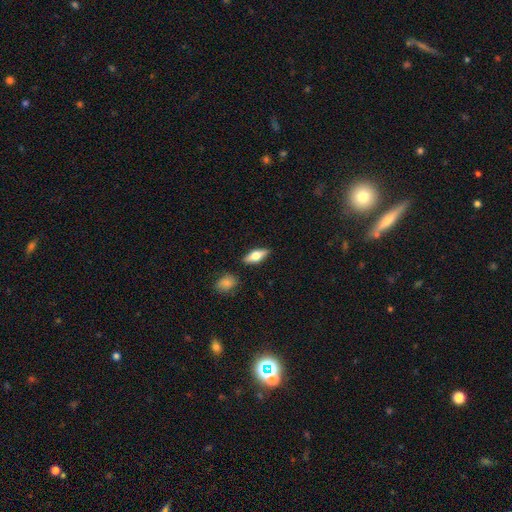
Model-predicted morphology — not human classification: This is possibly a smooth galaxy (56%). How rounded: likely in between (68%). Merging: clearly none (86%).